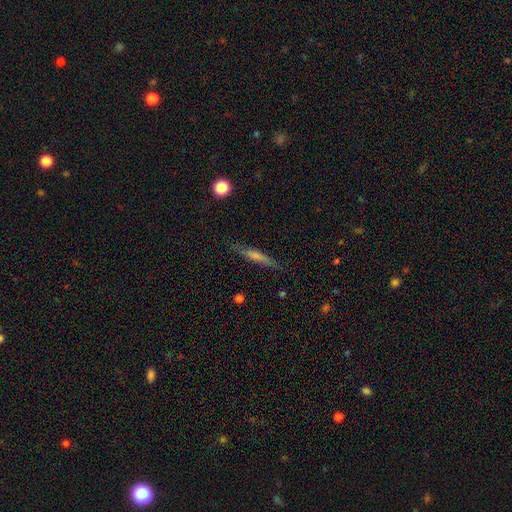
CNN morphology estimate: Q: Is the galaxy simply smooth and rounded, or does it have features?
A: smooth — 48%.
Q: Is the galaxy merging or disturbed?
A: none — 86%.